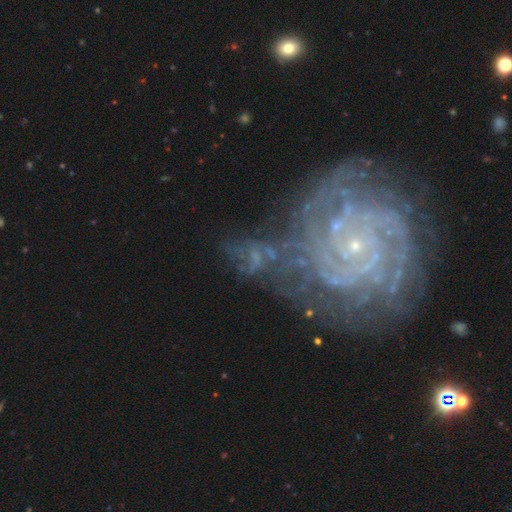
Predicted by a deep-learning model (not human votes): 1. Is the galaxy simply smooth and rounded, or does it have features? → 82% featured or disk, 11% star or artifact, 7% smooth.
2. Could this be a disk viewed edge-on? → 97% no, 3% yes.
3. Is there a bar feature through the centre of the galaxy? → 66% no, 22% weak, 12% strong.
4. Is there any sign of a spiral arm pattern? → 94% yes, 6% no.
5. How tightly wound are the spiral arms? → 75% tight, 19% medium, 6% loose.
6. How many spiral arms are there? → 29% can't tell, 16% more than 4, 16% 2, 15% 4, 15% 3, 9% 1.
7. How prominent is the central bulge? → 80% small, 12% moderate, 5% none, 2% large, 1% dominant.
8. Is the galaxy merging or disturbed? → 53% none, 20% minor disturbance, 16% major disturbance, 12% merger.